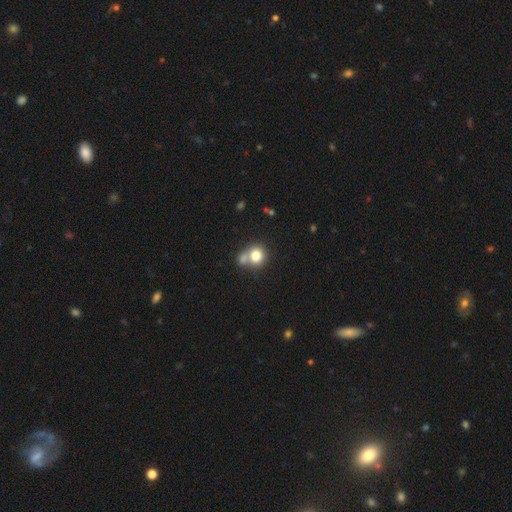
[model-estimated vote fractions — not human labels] This appears to be a smooth galaxy with no disk features (78%) that is round (82%). Merging: none (44%).